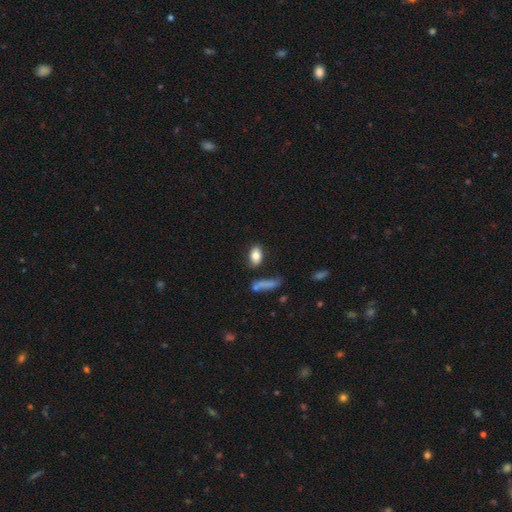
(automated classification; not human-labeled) Smooth or featured? smooth (80%)
How rounded? in between (87%)
Merging? none (74%)